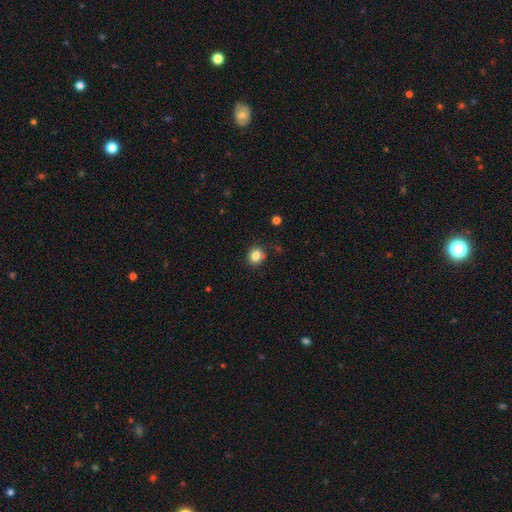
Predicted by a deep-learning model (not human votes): Q: Smooth or featured?
A: smooth (83%); runner-up: star or artifact (11%)
Q: How rounded?
A: round (80%); runner-up: in between (19%)
Q: Merging?
A: none (80%); runner-up: minor disturbance (13%)